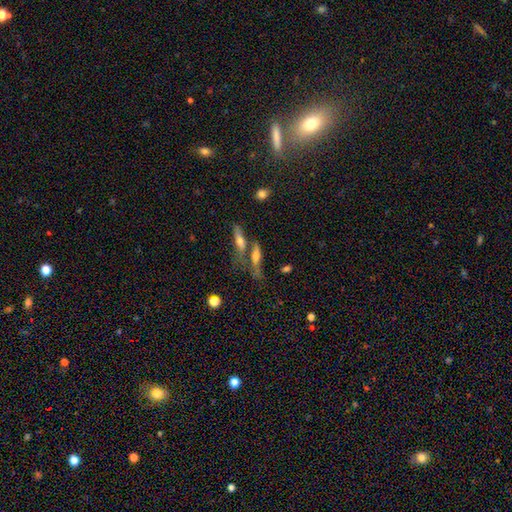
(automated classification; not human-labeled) featured or disk 47%, smooth 42%, star or artifact 11%. Down the decision tree: merging — none (45%).